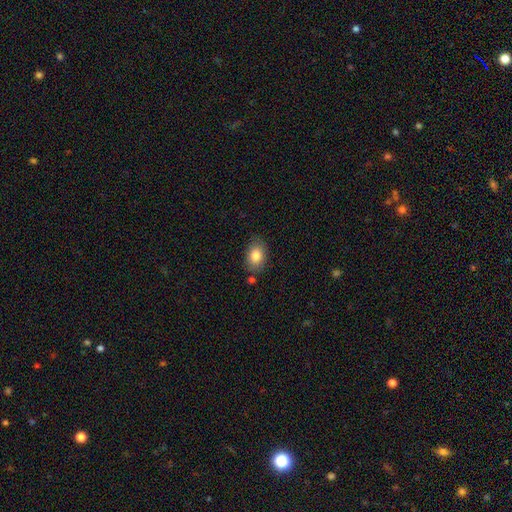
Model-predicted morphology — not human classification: Smooth or featured: smooth — 84% (featured or disk — 9%)
How rounded: in between — 82% (round — 17%)
Merging: none — 77% (minor disturbance — 16%)